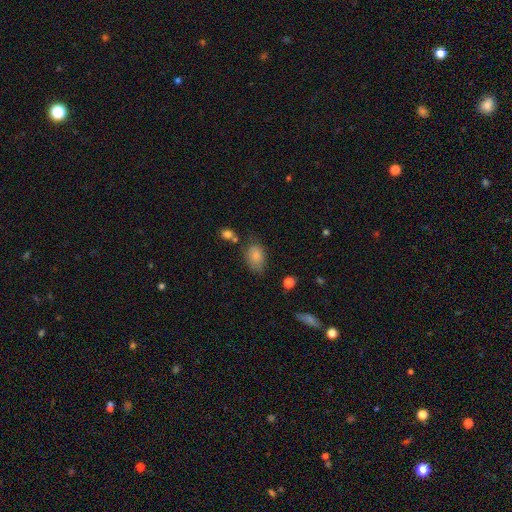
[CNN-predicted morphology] type=smooth (83%); roundness=in between (86%); merging=none (61%).